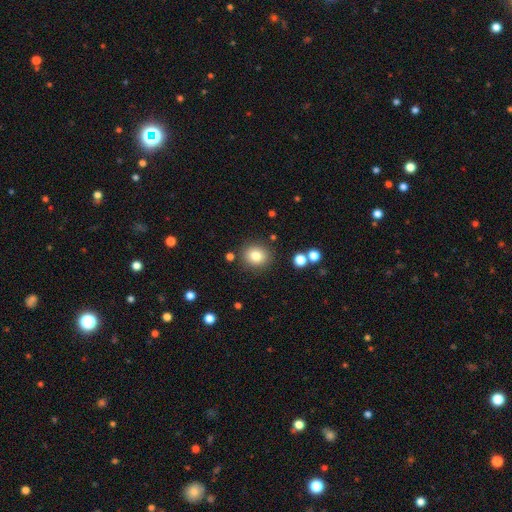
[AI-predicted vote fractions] Morphology: type=smooth (80%); roundness=round (82%); merging=none (86%).